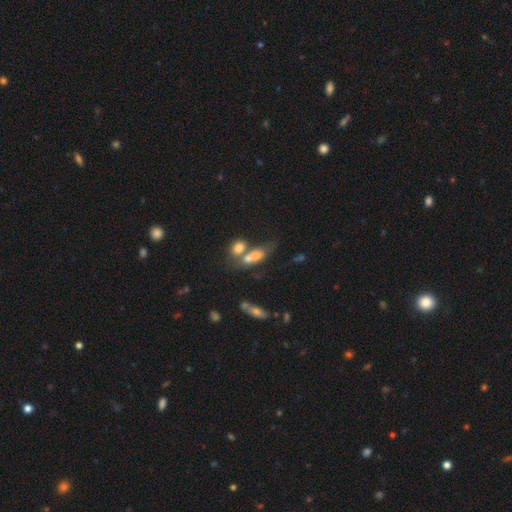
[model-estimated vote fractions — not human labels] Overall: smooth (67%). How rounded: in between (73%). Merging: merger (55%; none 25%).